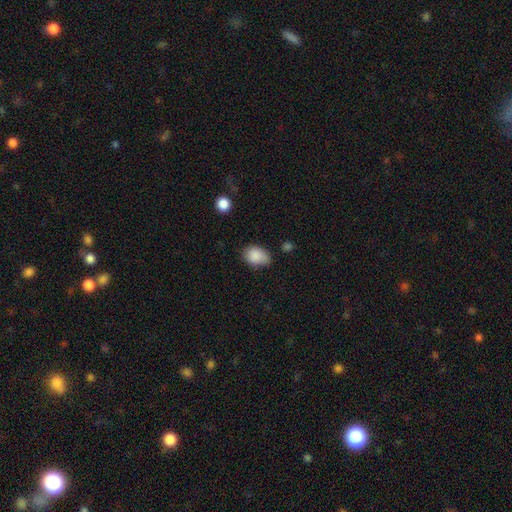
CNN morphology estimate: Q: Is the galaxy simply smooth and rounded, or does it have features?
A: smooth — 87%.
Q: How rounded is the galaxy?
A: in between — 76%.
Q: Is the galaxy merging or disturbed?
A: none — 57%.